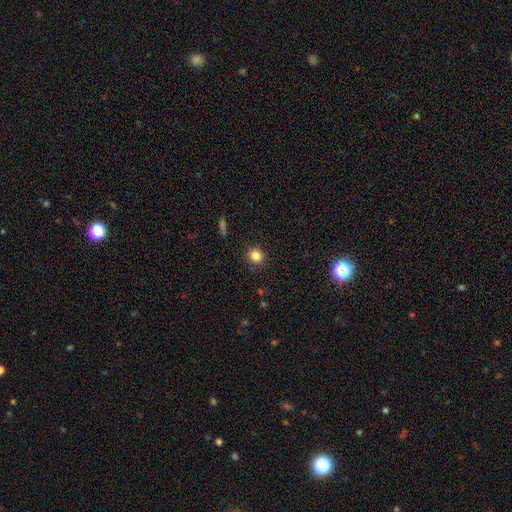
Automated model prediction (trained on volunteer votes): Smooth or featured?
  - smooth: 83% *
  - star or artifact: 12%
  - featured or disk: 5%
How rounded?
  - round: 90% *
  - in between: 9%
  - cigar-shaped: 1%
Merging?
  - none: 91% *
  - minor disturbance: 6%
  - major disturbance: 2%
  - merger: 1%